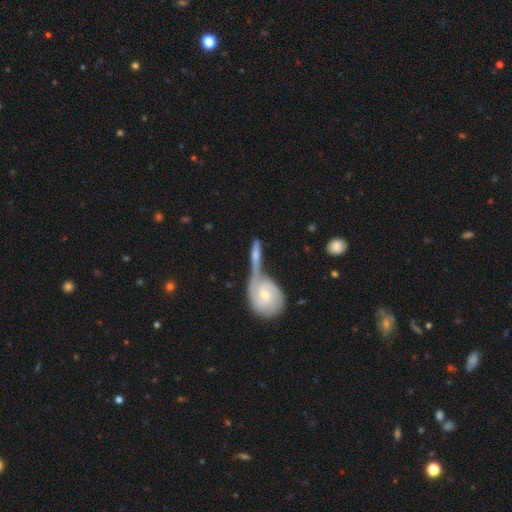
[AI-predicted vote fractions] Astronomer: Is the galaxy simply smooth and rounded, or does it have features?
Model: featured or disk — 58% (runner-up: smooth, 35%).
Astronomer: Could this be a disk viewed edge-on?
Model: no — 58% (runner-up: yes, 42%).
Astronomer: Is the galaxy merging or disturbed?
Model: merger — 62%.